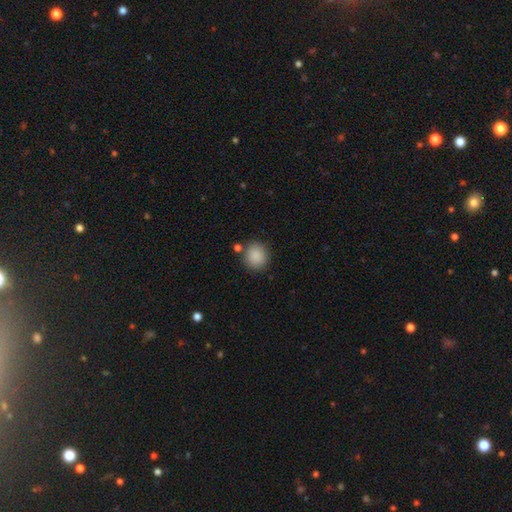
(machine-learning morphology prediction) Smooth or featured? Predicted: smooth (p=0.88). How rounded? Predicted: round (p=0.84). Merging? Predicted: none (p=0.81).